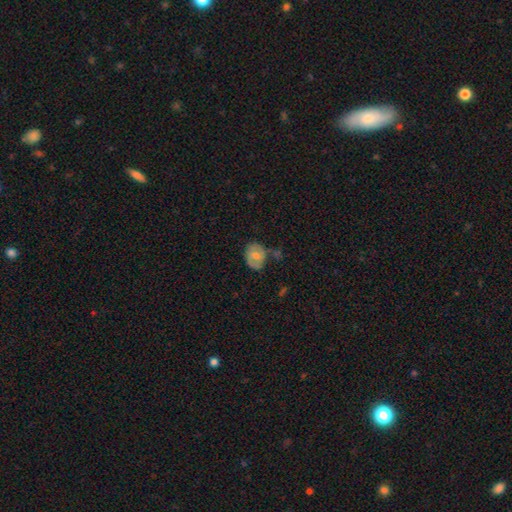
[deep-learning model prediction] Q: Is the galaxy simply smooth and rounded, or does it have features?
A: smooth — 52%.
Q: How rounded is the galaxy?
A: in between — 54%.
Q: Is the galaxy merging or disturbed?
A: none — 58%.